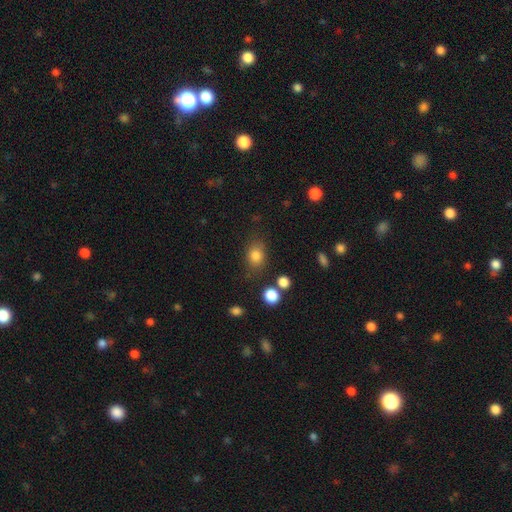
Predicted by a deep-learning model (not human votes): smooth-or-featured: smooth: 82% | star or artifact: 11% | featured or disk: 7%
  how-rounded: in between: 57% | round: 42% | cigar-shaped: 1%
  merging: none: 76% | minor disturbance: 14% | major disturbance: 5% | merger: 4%